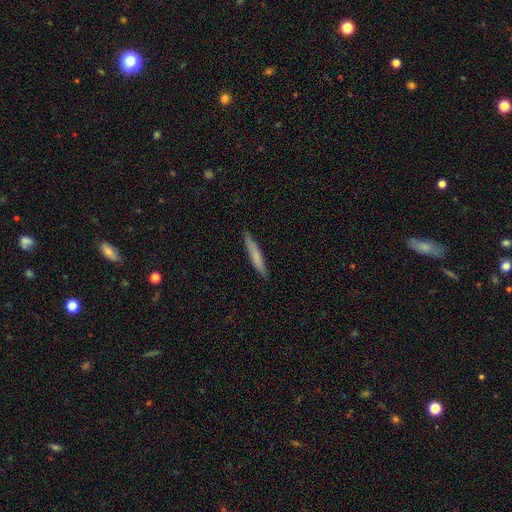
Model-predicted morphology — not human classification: A smooth galaxy with no disk features (69%) that is cigar-shaped (95%). Merging: none (89%).